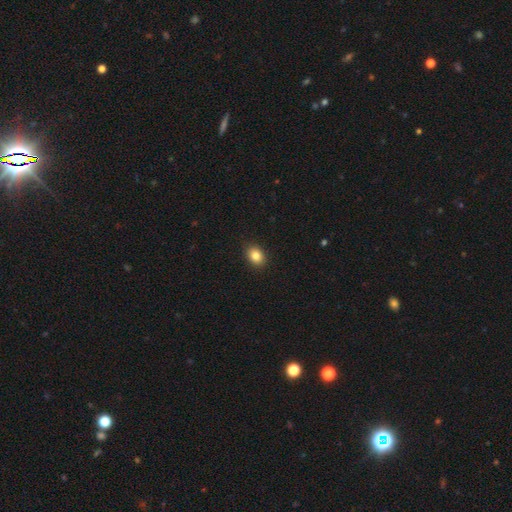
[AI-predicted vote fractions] Morphology: type=smooth (84%); roundness=in between (60%); merging=none (90%).